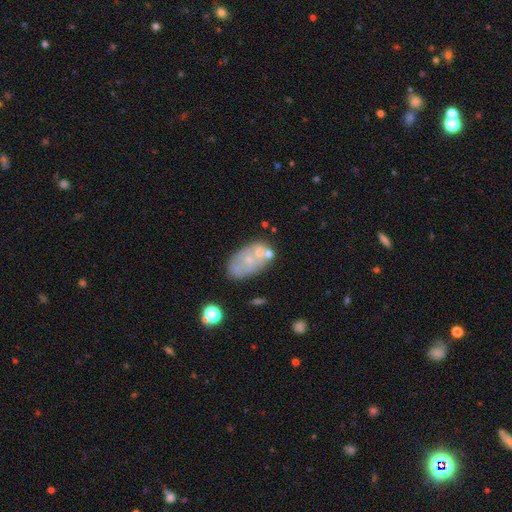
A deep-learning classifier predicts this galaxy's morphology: type=featured or disk (49%); merging=none (57%).